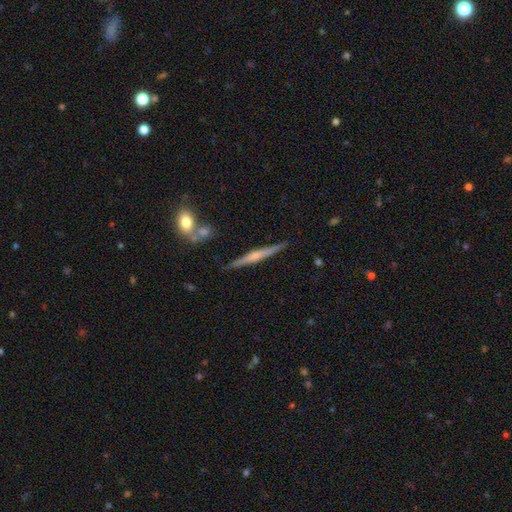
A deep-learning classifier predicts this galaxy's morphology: smooth-or-featured: featured or disk: 64% | smooth: 30% | star or artifact: 6%
  disk-edge-on: yes: 97% | no: 3%
    edge-on-bulge: rounded: 59% | none: 29% | boxy: 11%
  merging: none: 86% | minor disturbance: 9% | merger: 3% | major disturbance: 2%